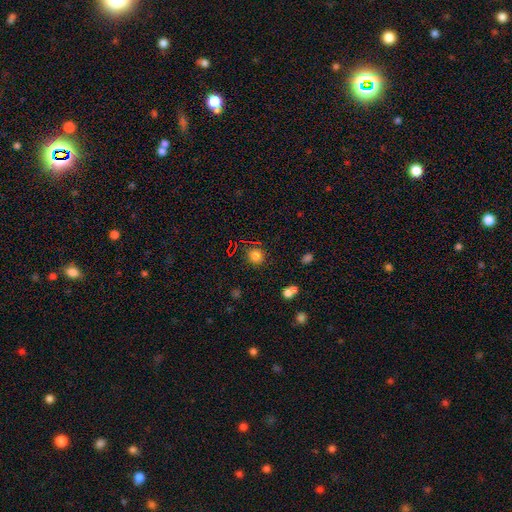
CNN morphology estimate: A smooth galaxy with no disk features (75%) that is round (90%). Merging: none (82%).